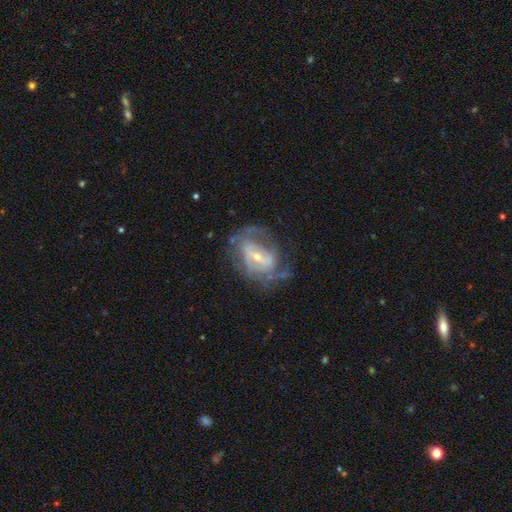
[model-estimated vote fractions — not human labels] This is likely a featured or disk galaxy (72%). It is clearly not viewed edge-on (95%). Bar: marginally weak (43%). Spiral arm pattern: likely yes (73%). Spiral arm count: marginally can't tell (42%). Spiral winding: marginally tight (44%). Central bulge: likely small (61%). Merging: likely none (61%).